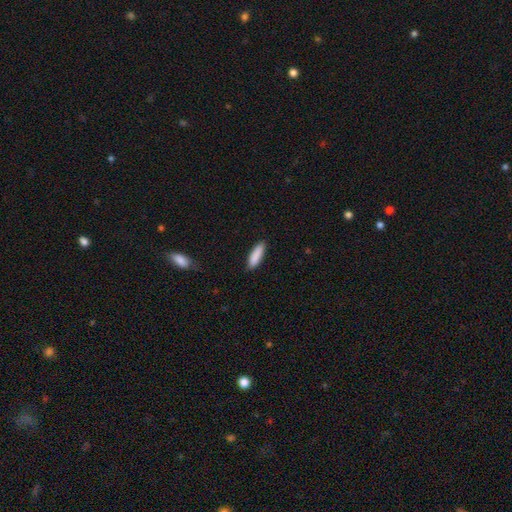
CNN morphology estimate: smooth_or_featured: smooth (p=0.88) [alt: featured or disk p=0.06]
how_rounded: cigar-shaped (p=0.59) [alt: in between p=0.39]
merging: none (p=0.86) [alt: minor disturbance p=0.11]